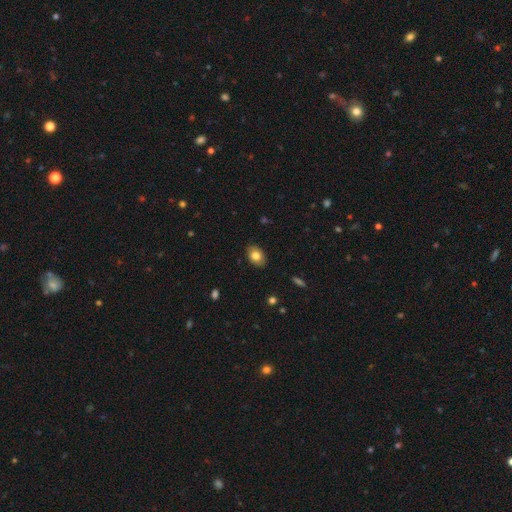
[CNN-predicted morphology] type=smooth (80%); roundness=in between (78%); merging=none (86%).